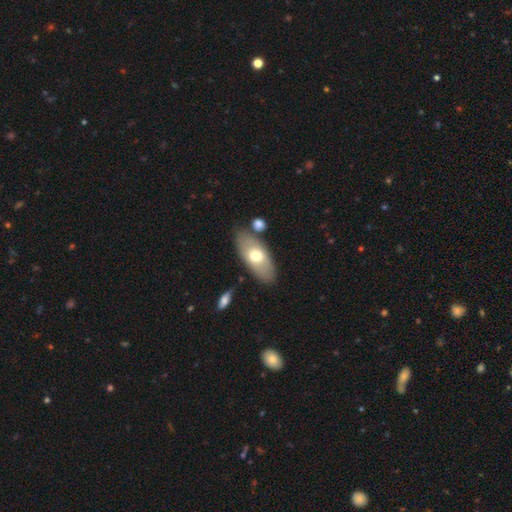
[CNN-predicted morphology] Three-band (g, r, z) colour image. It shows a smooth galaxy with no disk features (61%) that is in between round and cigar-shaped (88%). Merging: none (76%).